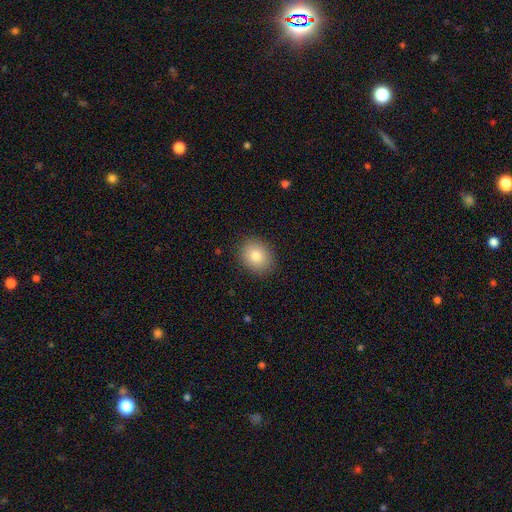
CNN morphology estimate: This appears to be a smooth galaxy with no disk features (82%) that is round (58%). Merging: none (89%).